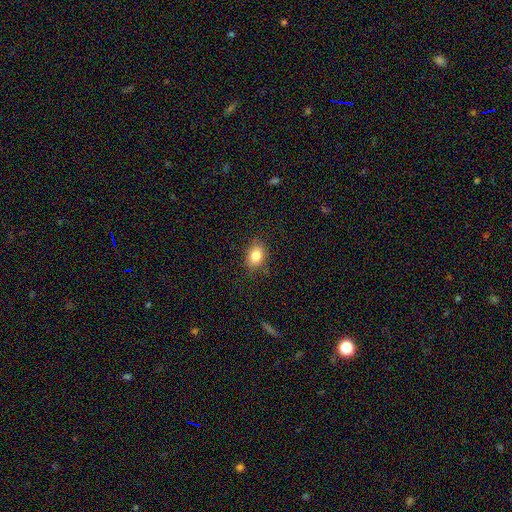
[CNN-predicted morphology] A smooth galaxy with no disk features (83%) that is in between round and cigar-shaped (65%).

Vote fractions:
- Smooth or featured? smooth: 83% / star or artifact: 9% / featured or disk: 7%
- How rounded? in between: 65% / round: 33% / cigar-shaped: 1%
- Merging? none: 79% / minor disturbance: 15% / major disturbance: 4% / merger: 1%